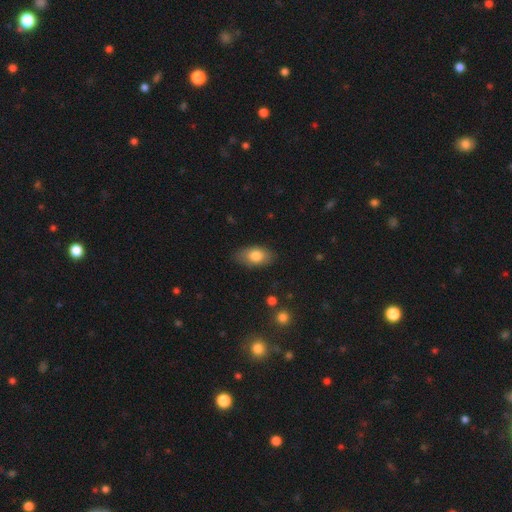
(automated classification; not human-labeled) Smooth or featured: smooth — 80% (featured or disk — 13%)
How rounded: in between — 90% (round — 7%)
Merging: none — 83% (minor disturbance — 13%)